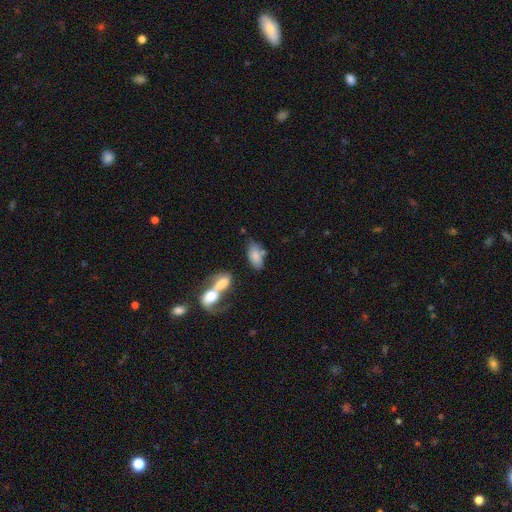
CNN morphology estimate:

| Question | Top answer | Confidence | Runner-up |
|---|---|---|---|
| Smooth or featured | smooth | 76% | featured or disk (16%) |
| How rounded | in between | 91% | cigar-shaped (6%) |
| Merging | none | 45% | merger (30%) |